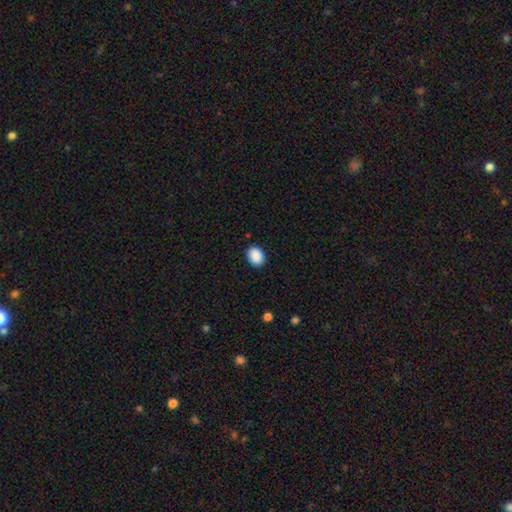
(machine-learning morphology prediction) Smooth or featured? Predicted: smooth (p=0.90). How rounded? Predicted: in between (p=0.70). Merging? Predicted: none (p=0.89).